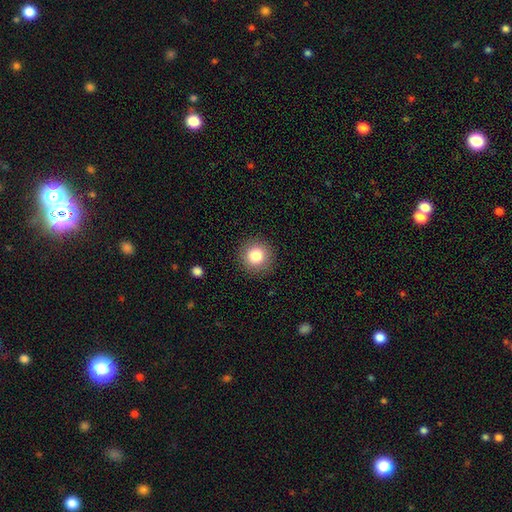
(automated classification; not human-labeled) A smooth galaxy with no disk features (83%) that is round (95%). Merging: none (91%).